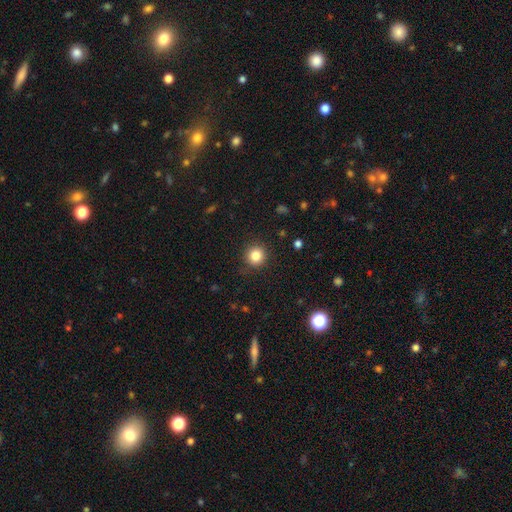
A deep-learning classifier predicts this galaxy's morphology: Smooth or featured? smooth (84%)
How rounded? round (93%)
Merging? none (89%)